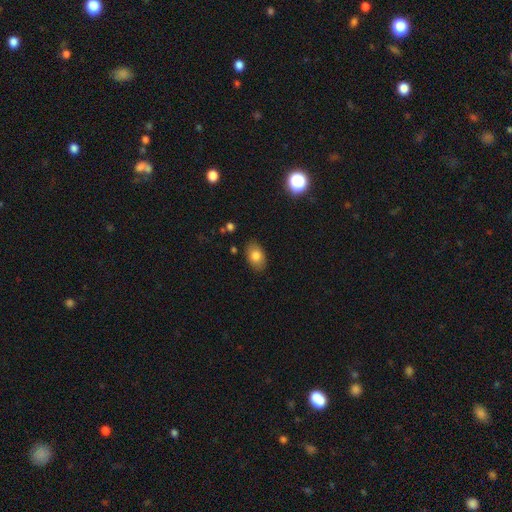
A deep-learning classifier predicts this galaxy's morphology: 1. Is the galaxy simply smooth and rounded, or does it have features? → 80% smooth, 11% featured or disk, 9% star or artifact.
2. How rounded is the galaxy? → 87% in between, 12% round, 1% cigar-shaped.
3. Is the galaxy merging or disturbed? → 84% none, 12% minor disturbance, 3% major disturbance, 2% merger.